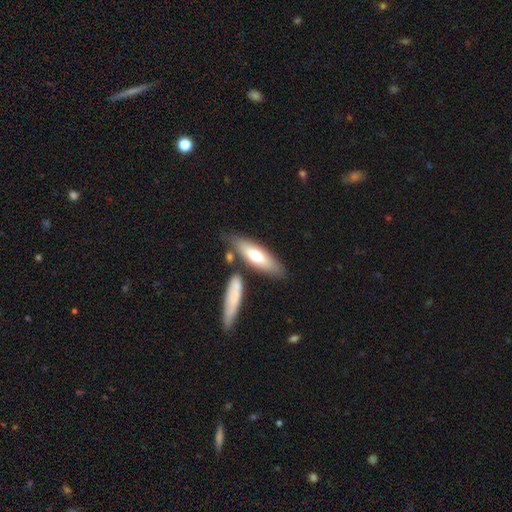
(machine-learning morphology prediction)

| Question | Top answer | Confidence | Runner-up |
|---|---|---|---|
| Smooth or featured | smooth | 65% | featured or disk (29%) |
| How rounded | cigar-shaped | 55% | in between (44%) |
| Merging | none | 69% | merger (14%) |